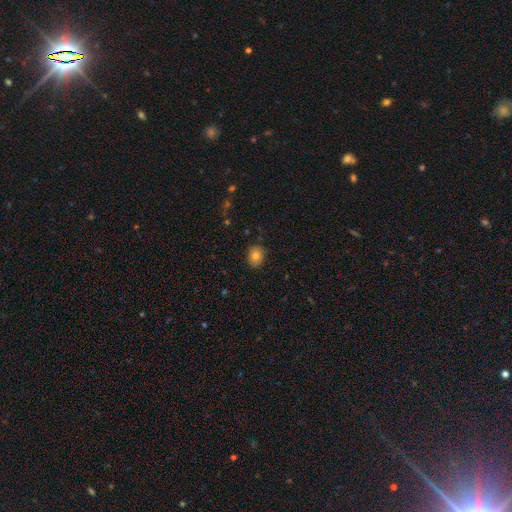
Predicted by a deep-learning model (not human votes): smooth-or-featured: smooth: 81% | star or artifact: 10% | featured or disk: 9%
  how-rounded: in between: 52% | round: 47% | cigar-shaped: 1%
  merging: none: 86% | minor disturbance: 11% | major disturbance: 2% | merger: 1%